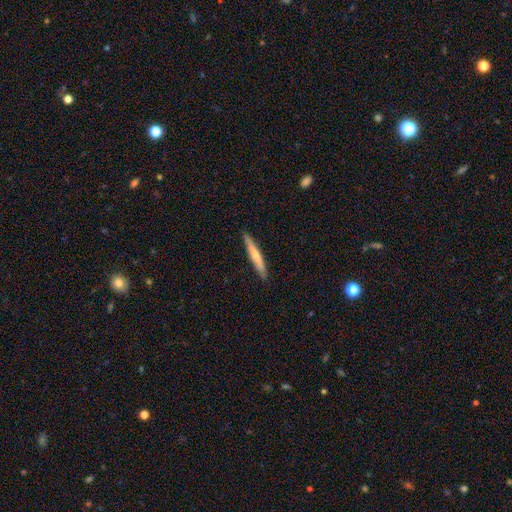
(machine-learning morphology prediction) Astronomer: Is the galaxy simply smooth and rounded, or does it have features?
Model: smooth — 57% (runner-up: featured or disk, 37%).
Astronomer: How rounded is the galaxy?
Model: cigar-shaped — 94%.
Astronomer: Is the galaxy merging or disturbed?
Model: none — 89%.